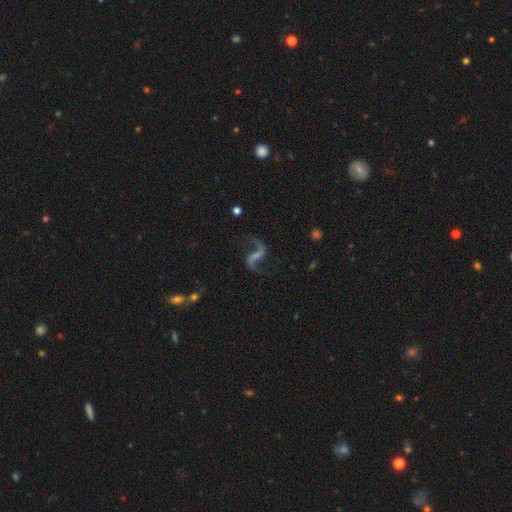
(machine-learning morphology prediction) A featured or disk galaxy (86%) with a weak bar (42%), 2 (93%) loose (82%) spiral arms (96%) and no central bulge (55%). Merging: none (76%).